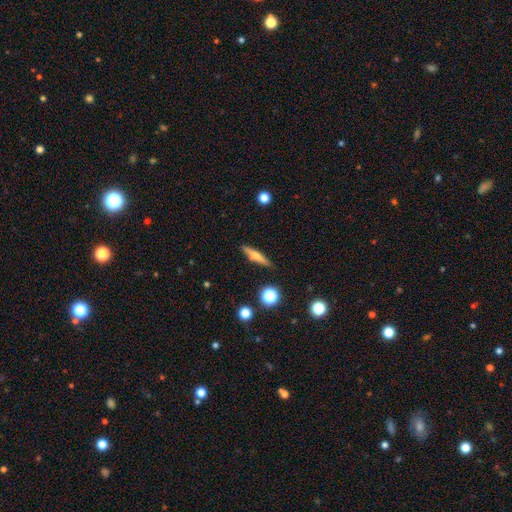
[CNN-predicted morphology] A smooth galaxy with no disk features (47%). Merging: none (86%).